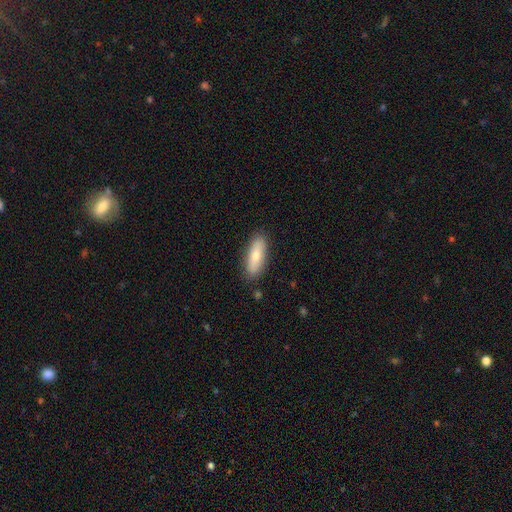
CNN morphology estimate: type=smooth (71%); roundness=in between (63%); merging=none (86%).